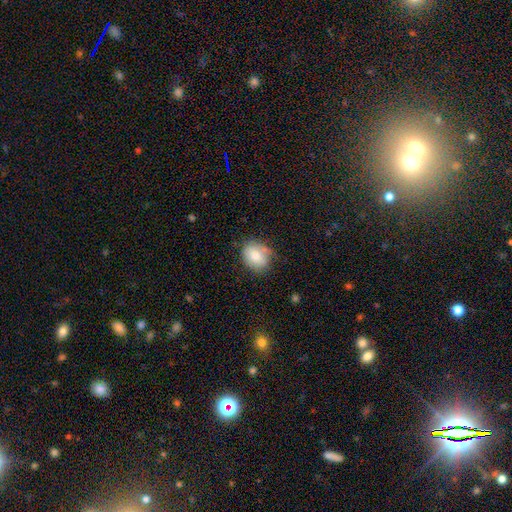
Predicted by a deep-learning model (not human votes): This appears to be a smooth galaxy with no disk features (81%) that is in between round and cigar-shaped (54%). Merging: none (65%).